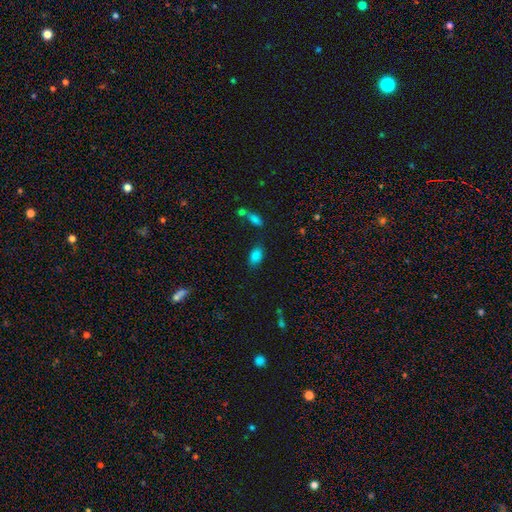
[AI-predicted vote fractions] Overall: smooth (84%). How rounded: in between (91%). Merging: none (78%).